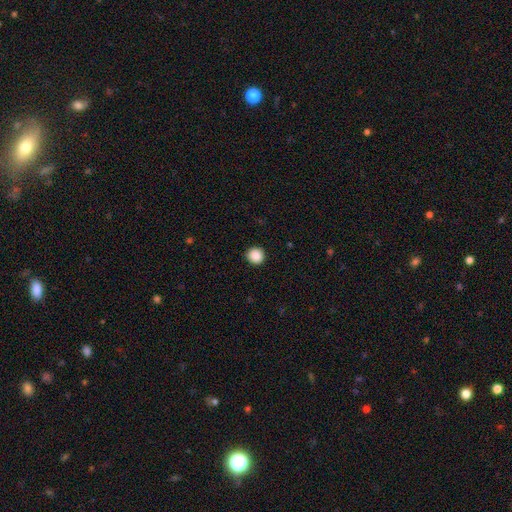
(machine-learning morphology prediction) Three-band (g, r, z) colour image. It shows a smooth galaxy with no disk features (89%) that is round (94%). Merging: none (92%).